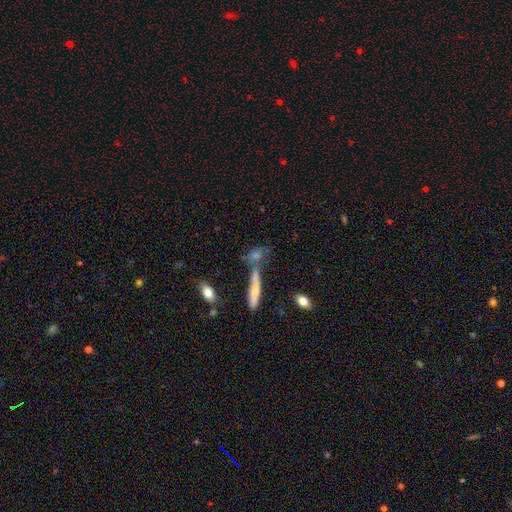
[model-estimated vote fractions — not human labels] This is marginally a smooth galaxy (43%). Merging: possibly none (54%).